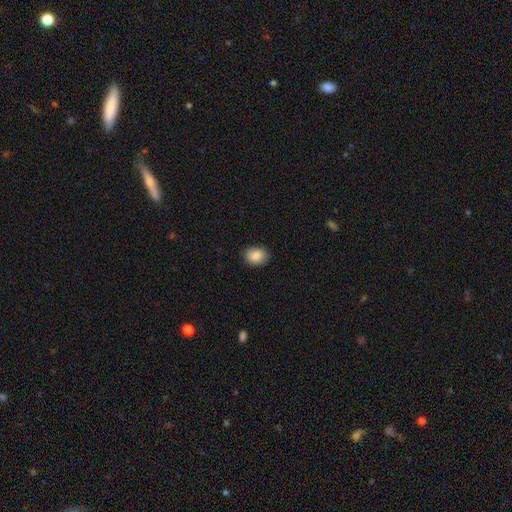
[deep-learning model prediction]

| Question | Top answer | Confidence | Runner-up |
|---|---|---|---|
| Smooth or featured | smooth | 88% | star or artifact (7%) |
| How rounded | in between | 73% | round (26%) |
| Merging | none | 88% | minor disturbance (9%) |